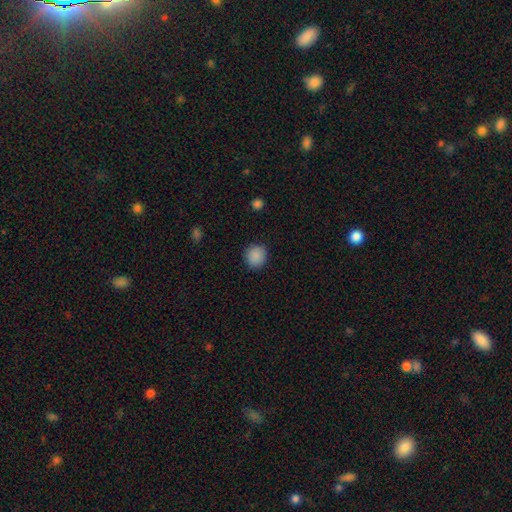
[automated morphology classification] Q: Smooth or featured?
A: smooth (88%); runner-up: star or artifact (9%)
Q: How rounded?
A: round (89%); runner-up: in between (10%)
Q: Merging?
A: none (89%); runner-up: minor disturbance (8%)